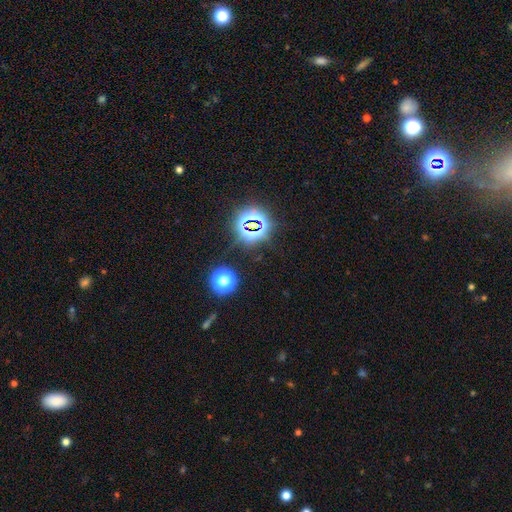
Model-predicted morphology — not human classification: smooth_or_featured: star or artifact (p=0.75) [alt: smooth p=0.17]